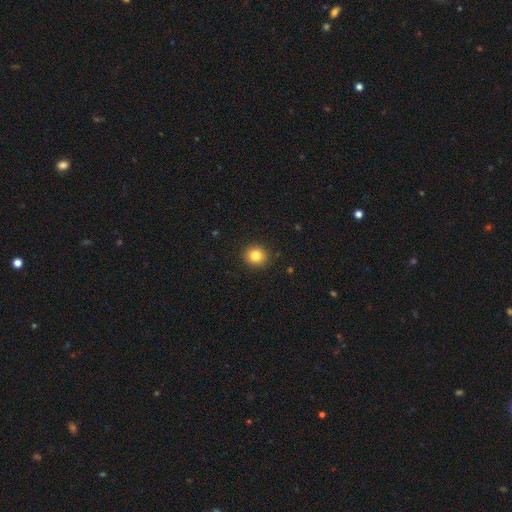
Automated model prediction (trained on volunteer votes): Overall: smooth (83%). How rounded: round (87%). Merging: none (91%).